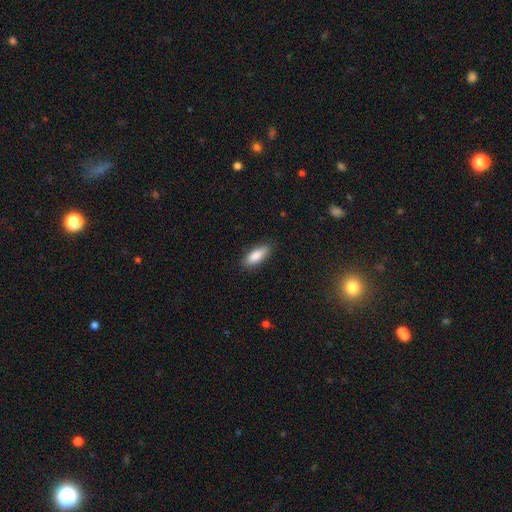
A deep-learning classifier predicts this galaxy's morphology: Smooth or featured?
  - smooth: 86% *
  - featured or disk: 8%
  - star or artifact: 6%
How rounded?
  - in between: 70% *
  - cigar-shaped: 28%
  - round: 2%
Merging?
  - none: 86% *
  - minor disturbance: 10%
  - major disturbance: 2%
  - merger: 1%